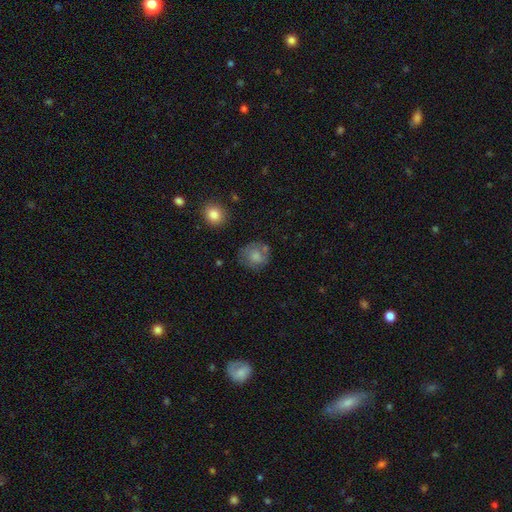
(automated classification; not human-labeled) Overall: smooth (70%). How rounded: round (81%). Merging: none (63%).